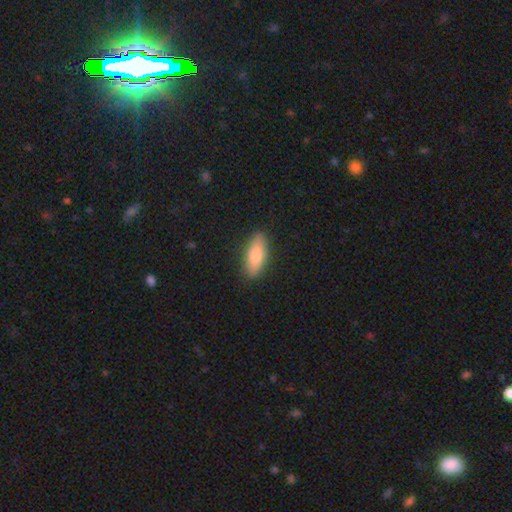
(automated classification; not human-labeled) A smooth galaxy with no disk features (84%) that is in between round and cigar-shaped (72%). Merging: none (87%).